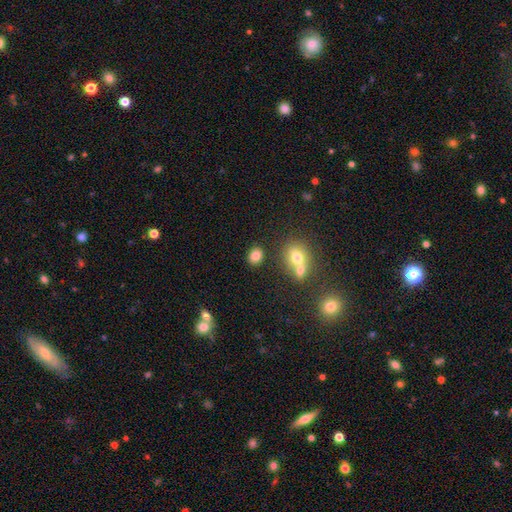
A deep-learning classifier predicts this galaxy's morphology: Smooth or featured? Predicted: smooth (p=0.82). How rounded? Predicted: in between (p=0.52). Merging? Predicted: none (p=0.80).